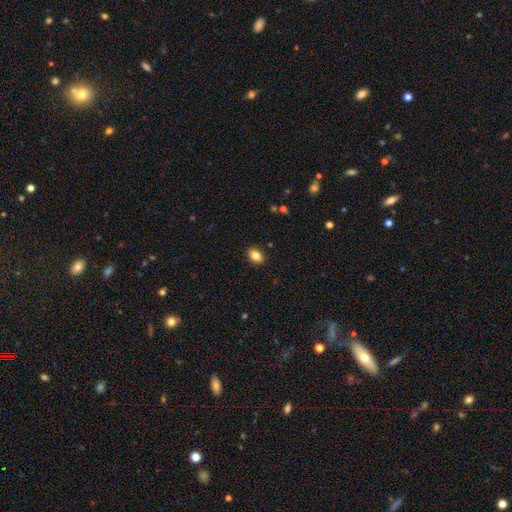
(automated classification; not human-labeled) Smooth or featured: smooth — 84% (star or artifact — 9%)
How rounded: in between — 79% (round — 19%)
Merging: none — 89% (minor disturbance — 8%)